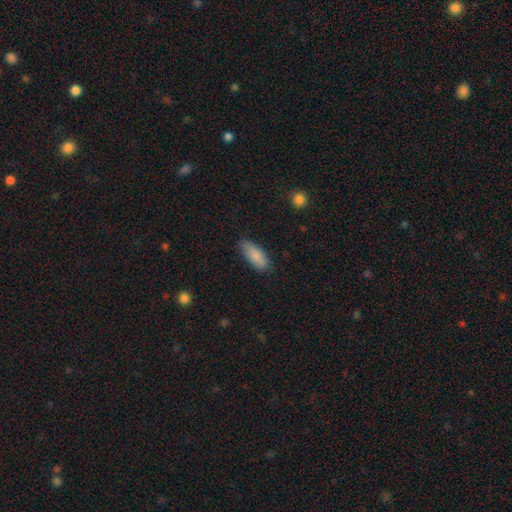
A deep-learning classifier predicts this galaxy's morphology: smooth-or-featured: smooth: 86% | featured or disk: 8% | star or artifact: 6%
  how-rounded: in between: 79% | cigar-shaped: 19% | round: 2%
  merging: none: 77% | minor disturbance: 18% | major disturbance: 3% | merger: 1%